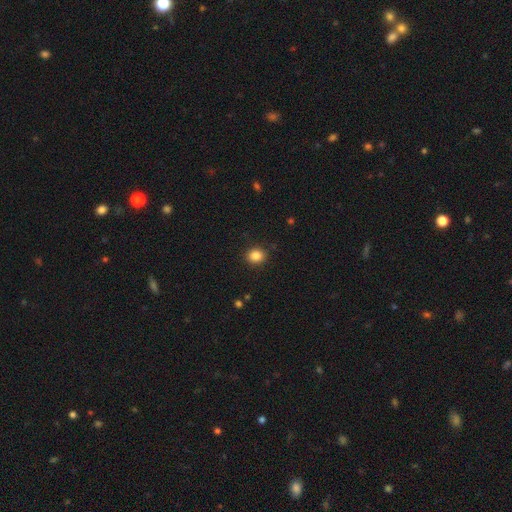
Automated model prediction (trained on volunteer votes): Morphology: type=smooth (86%); roundness=round (69%); merging=none (89%).